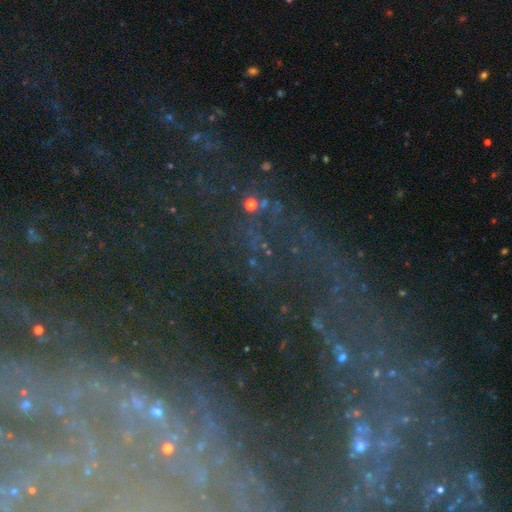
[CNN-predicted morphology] Smooth or featured? Predicted: star or artifact (p=0.45).